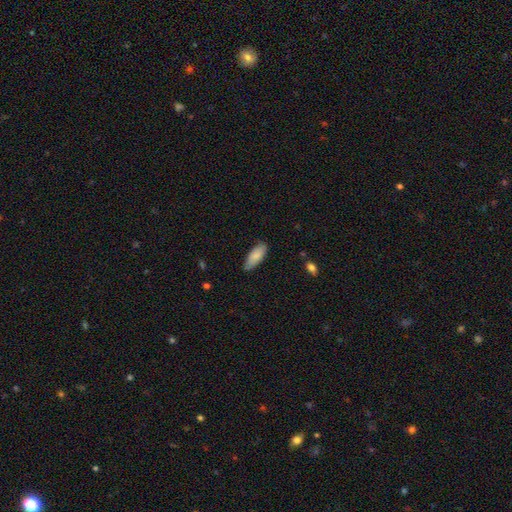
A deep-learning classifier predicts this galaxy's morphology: Smooth or featured?
  - smooth: 84% *
  - featured or disk: 10%
  - star or artifact: 6%
How rounded?
  - in between: 75% *
  - cigar-shaped: 24%
  - round: 1%
Merging?
  - none: 79% *
  - minor disturbance: 17%
  - major disturbance: 2%
  - merger: 1%